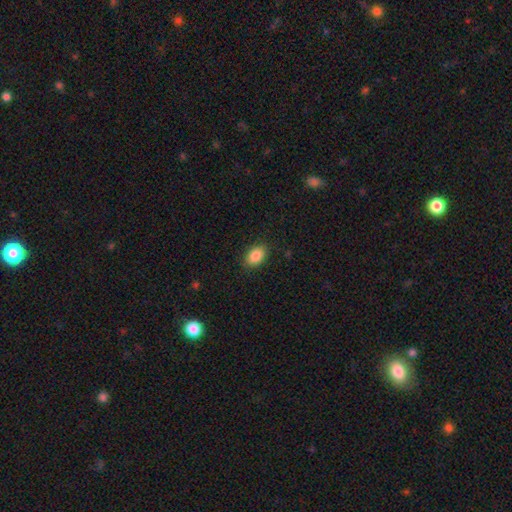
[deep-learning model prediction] The model was most divided on "how rounded": in between: 88%, round: 11%, cigar-shaped: 2%. More confident: smooth or featured — smooth (87%); merging — none (87%).